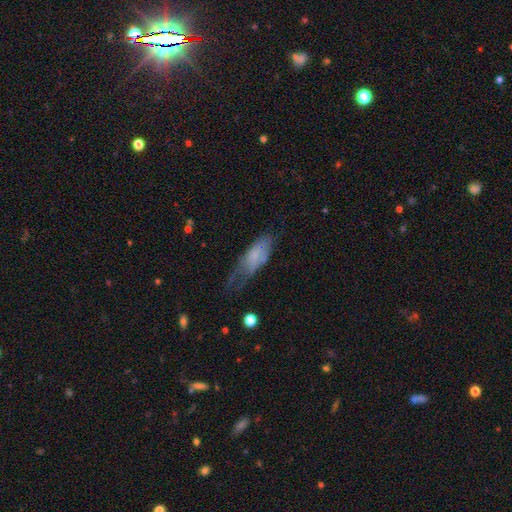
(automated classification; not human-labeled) Smooth or featured? smooth (58%)
How rounded? in between (70%)
Merging? minor disturbance (33%, tied with major disturbance)